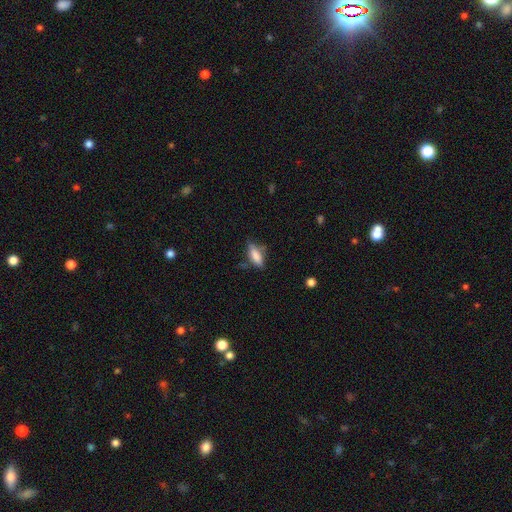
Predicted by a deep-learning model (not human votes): Smooth or featured?
  - smooth: 76% *
  - featured or disk: 16%
  - star or artifact: 8%
How rounded?
  - in between: 66% *
  - cigar-shaped: 31%
  - round: 3%
Merging?
  - none: 65% *
  - minor disturbance: 24%
  - major disturbance: 7%
  - merger: 4%